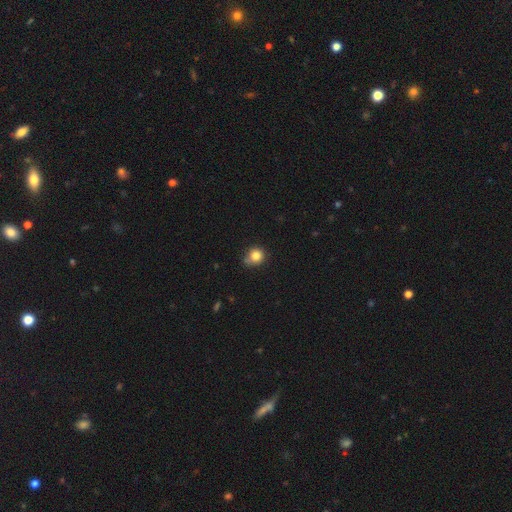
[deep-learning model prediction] Q: Smooth or featured?
A: smooth (81%); runner-up: star or artifact (11%)
Q: How rounded?
A: round (82%); runner-up: in between (17%)
Q: Merging?
A: none (60%); runner-up: minor disturbance (29%)